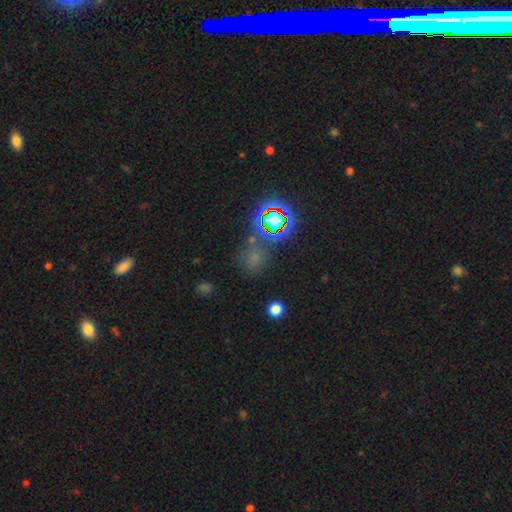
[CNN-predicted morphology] This appears to be a star or artifact, not a galaxy (52%).